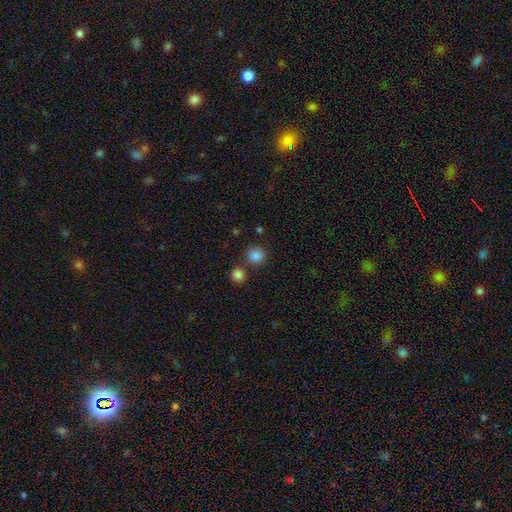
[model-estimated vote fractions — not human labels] Smooth or featured? Predicted: smooth (p=0.84). How rounded? Predicted: round (p=0.87). Merging? Predicted: none (p=0.72).